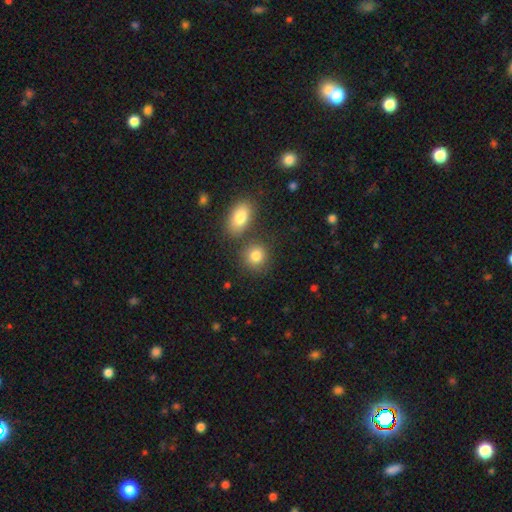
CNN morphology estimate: This is clearly a smooth galaxy (82%). How rounded: likely round (75%). Merging: likely none (70%).